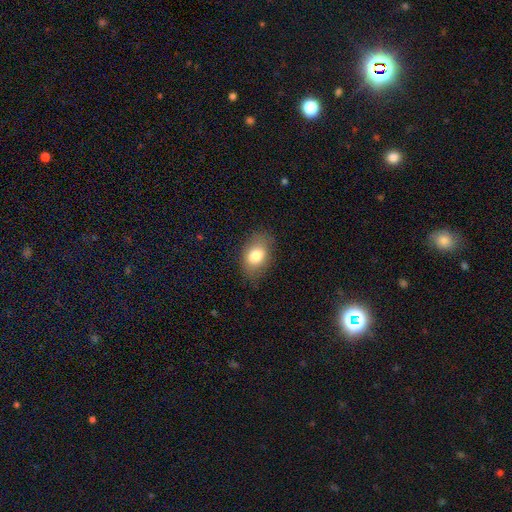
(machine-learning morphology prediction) Smooth or featured? Predicted: smooth (p=0.79). How rounded? Predicted: in between (p=0.85). Merging? Predicted: none (p=0.77).